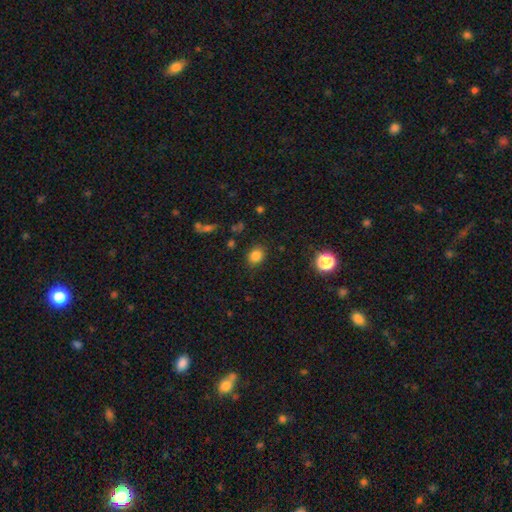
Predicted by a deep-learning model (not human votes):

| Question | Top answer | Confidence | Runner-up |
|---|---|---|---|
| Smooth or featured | smooth | 82% | star or artifact (13%) |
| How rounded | round | 58% | in between (41%) |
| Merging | none | 85% | minor disturbance (10%) |